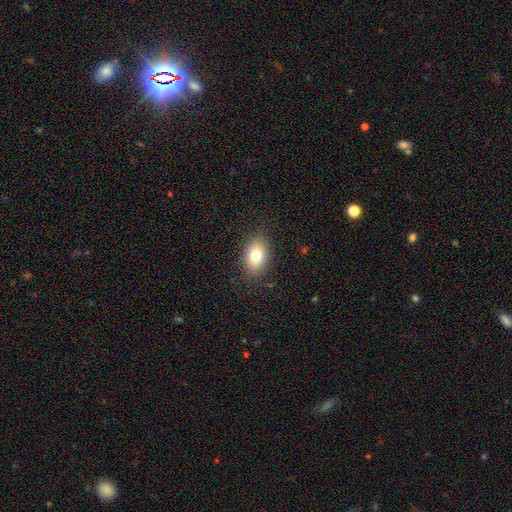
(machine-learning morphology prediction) smooth_or_featured: smooth (p=0.78) [alt: featured or disk p=0.13]
how_rounded: in between (p=0.85) [alt: round p=0.13]
merging: none (p=0.85) [alt: minor disturbance p=0.11]